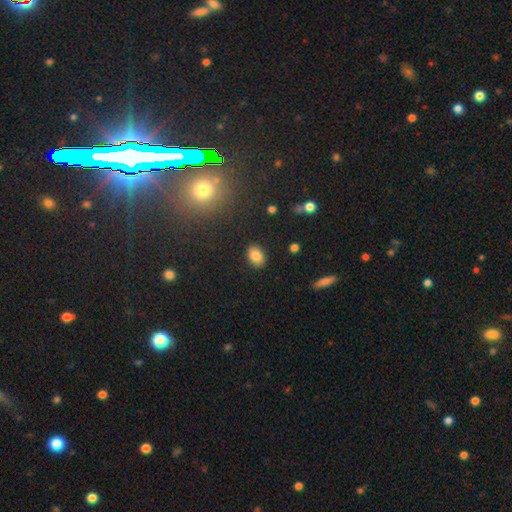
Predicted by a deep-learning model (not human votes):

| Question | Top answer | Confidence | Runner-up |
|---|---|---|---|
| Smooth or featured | smooth | 84% | star or artifact (10%) |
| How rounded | in between | 78% | round (21%) |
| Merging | none | 87% | minor disturbance (9%) |